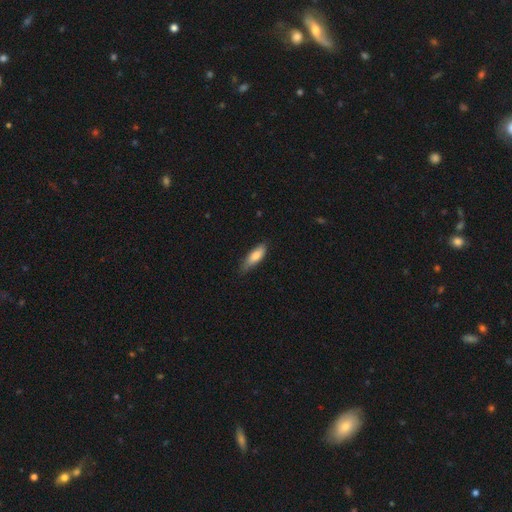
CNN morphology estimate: smooth 79%, featured or disk 15%, star or artifact 6%. Down the decision tree: how rounded — in between (53%); merging — none (68%).